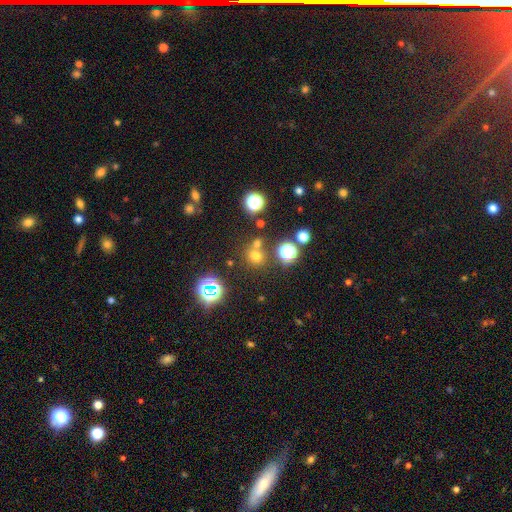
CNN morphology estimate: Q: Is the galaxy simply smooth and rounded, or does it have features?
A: smooth — 62%.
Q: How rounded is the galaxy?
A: round — 87%.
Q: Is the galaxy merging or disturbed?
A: none — 67%.